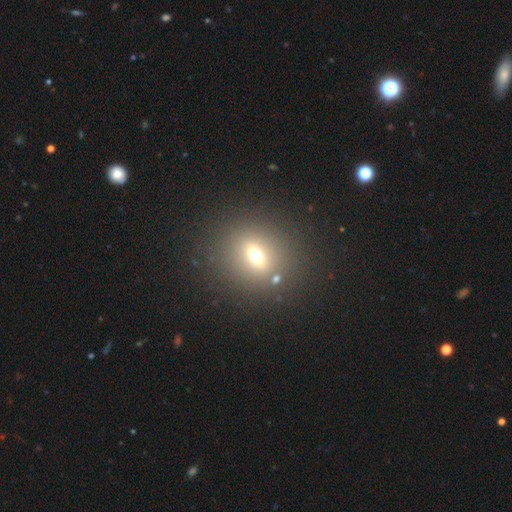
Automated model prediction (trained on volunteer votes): A smooth galaxy with no disk features (57%) that is round (59%). Merging: none (82%).